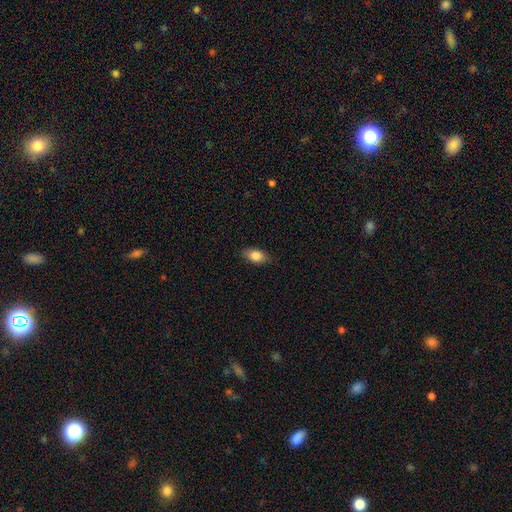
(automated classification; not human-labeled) Overall: smooth (83%). How rounded: in between (87%). Merging: none (84%).